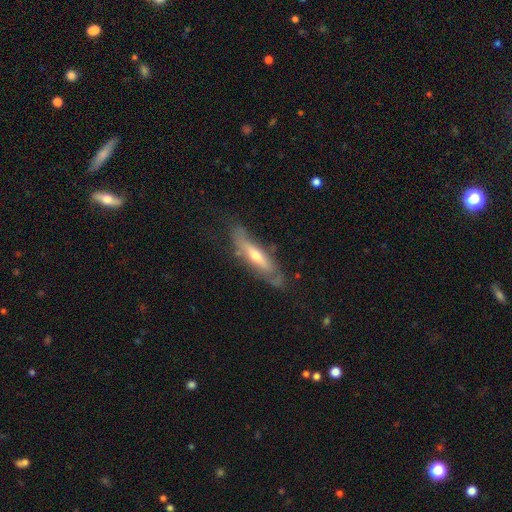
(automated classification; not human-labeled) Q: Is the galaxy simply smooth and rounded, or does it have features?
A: featured or disk — 61%.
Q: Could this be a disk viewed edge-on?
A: yes — 63%.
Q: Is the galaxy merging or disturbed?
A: none — 66%.